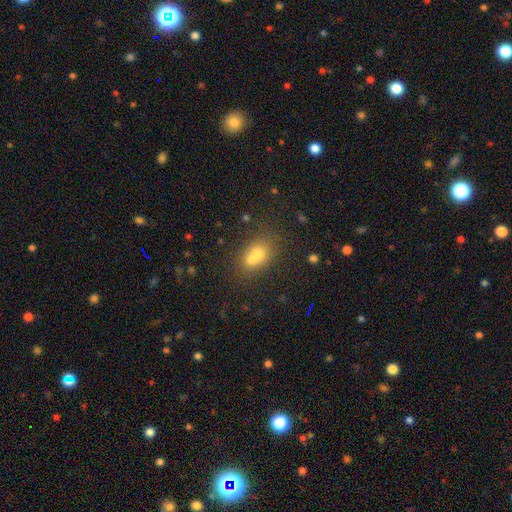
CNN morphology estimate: Smooth or featured? Predicted: smooth (p=0.65). How rounded? Predicted: round (p=0.50). Merging? Predicted: merger (p=0.62).